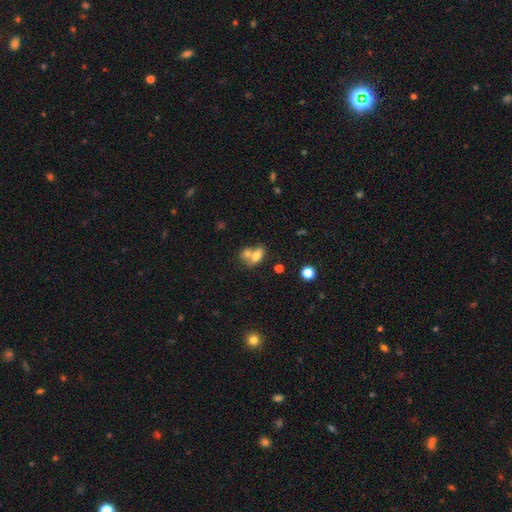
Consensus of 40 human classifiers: This is likely a smooth galaxy (65%). How rounded: likely in between (73%). Merging: likely merger (70%).